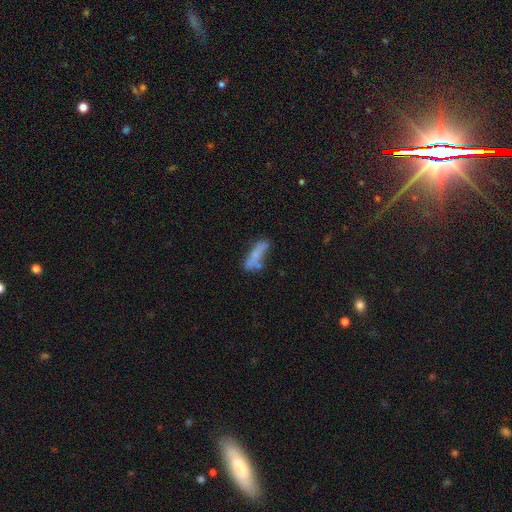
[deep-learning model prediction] Smooth or featured: smooth — 61% (featured or disk — 30%)
How rounded: cigar-shaped — 64% (in between — 33%)
Merging: none — 50% (minor disturbance — 22%)